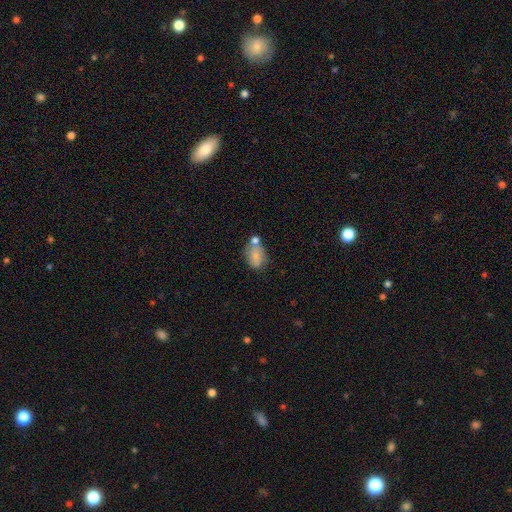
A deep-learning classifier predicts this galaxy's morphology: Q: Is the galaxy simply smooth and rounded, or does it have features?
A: smooth — 77%.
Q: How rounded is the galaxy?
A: in between — 79%.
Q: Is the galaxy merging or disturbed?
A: none — 42%.